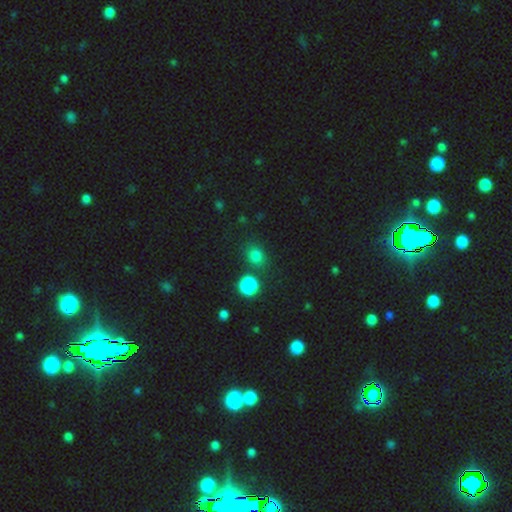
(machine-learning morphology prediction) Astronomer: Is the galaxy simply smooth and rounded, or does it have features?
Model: smooth — 76%.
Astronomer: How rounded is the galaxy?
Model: round — 69%.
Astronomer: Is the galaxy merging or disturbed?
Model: none — 80%.